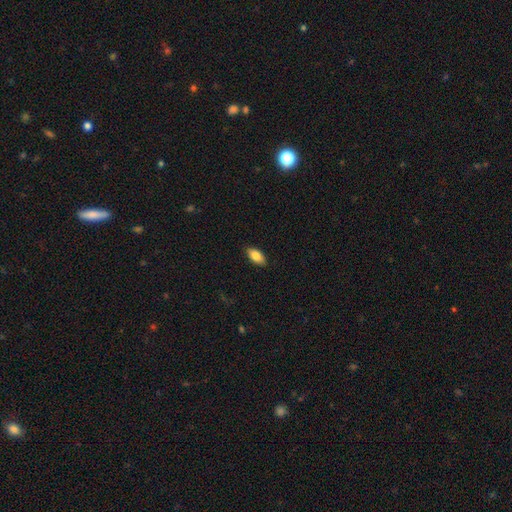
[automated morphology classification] smooth 84%, featured or disk 9%, star or artifact 7%. Down the decision tree: how rounded — in between (91%); merging — none (88%).